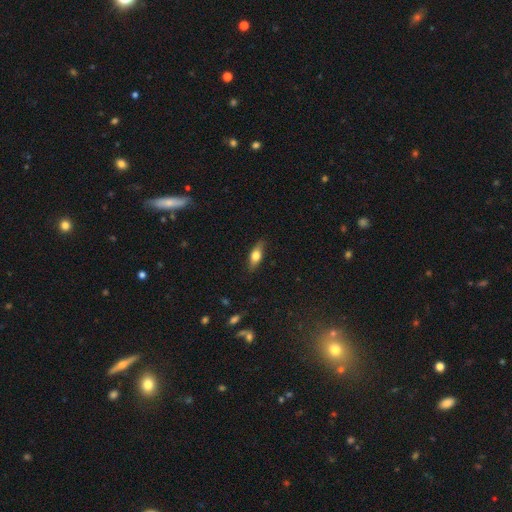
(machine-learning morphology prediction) Smooth or featured? smooth (63%)
How rounded? in between (66%)
Merging? none (85%)